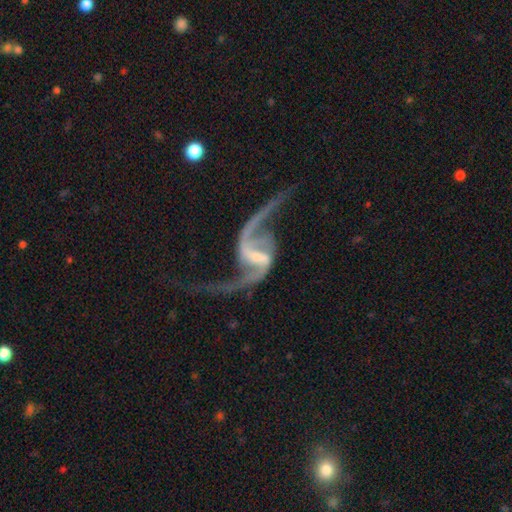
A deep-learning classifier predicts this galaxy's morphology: This is clearly a featured or disk galaxy (93%). It is clearly not viewed edge-on (98%). Bar: possibly strong (46%). Spiral arm pattern: clearly yes (97%). Spiral arm count: clearly 2 (94%). Spiral winding: clearly loose (88%). Central bulge: marginally small (44%). Merging: possibly none (59%).